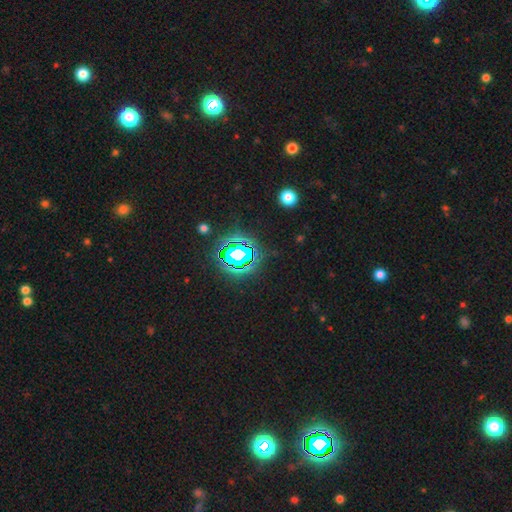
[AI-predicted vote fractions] Smooth or featured? Predicted: star or artifact (p=0.83).